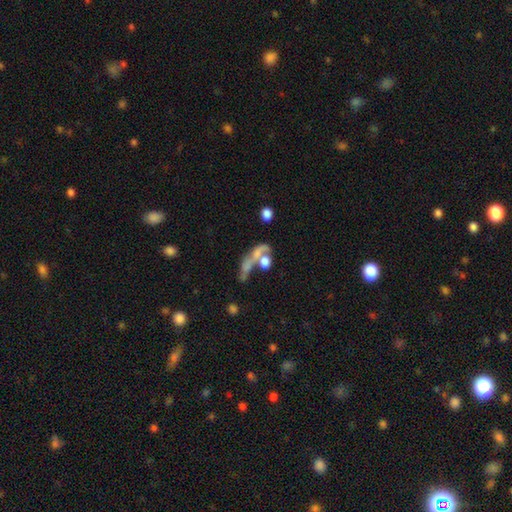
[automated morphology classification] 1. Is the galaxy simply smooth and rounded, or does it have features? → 42% smooth, 41% featured or disk, 17% star or artifact.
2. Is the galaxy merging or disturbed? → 46% merger, 25% none, 19% major disturbance, 11% minor disturbance.